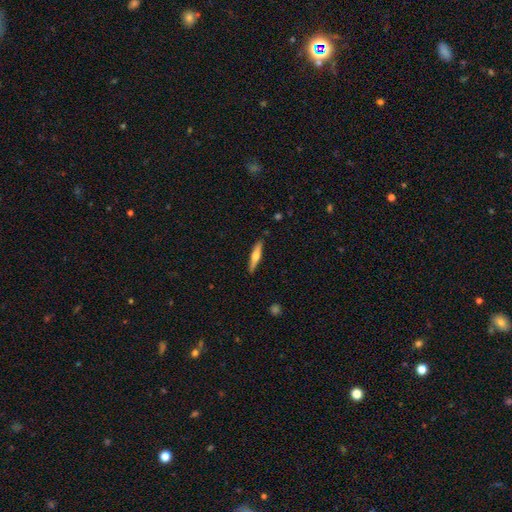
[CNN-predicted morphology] The model was most divided on "smooth or featured": featured or disk: 51%, smooth: 44%, star or artifact: 5%. More confident: edge-on disk — yes (96%); merging — none (89%).